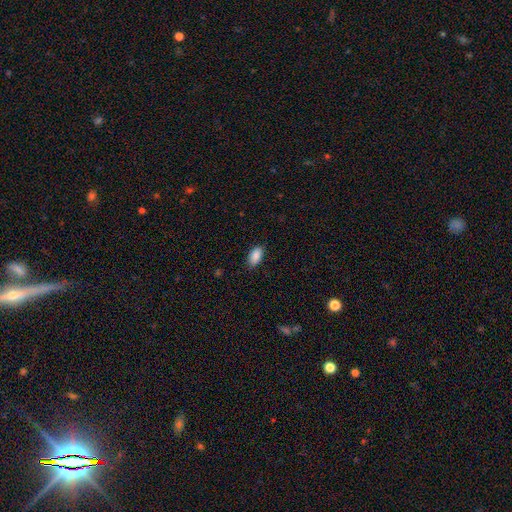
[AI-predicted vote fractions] The model was most divided on "merging": none: 86%, minor disturbance: 11%, major disturbance: 2%, merger: 1%. More confident: how rounded — in between (93%); smooth or featured — smooth (89%).